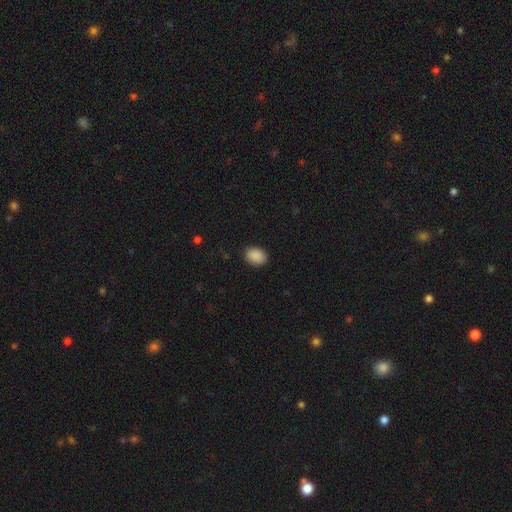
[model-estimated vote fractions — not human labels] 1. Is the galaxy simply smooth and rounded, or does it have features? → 90% smooth, 8% star or artifact, 3% featured or disk.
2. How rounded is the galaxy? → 68% in between, 31% round, 1% cigar-shaped.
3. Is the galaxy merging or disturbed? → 88% none, 9% minor disturbance, 2% major disturbance, 1% merger.